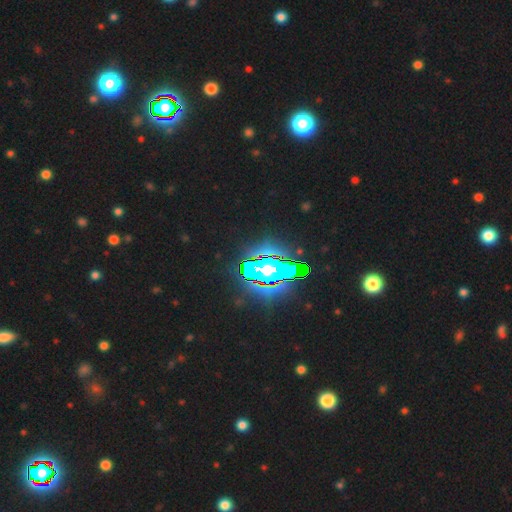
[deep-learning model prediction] This is likely a star or artifact rather than a galaxy (72%).